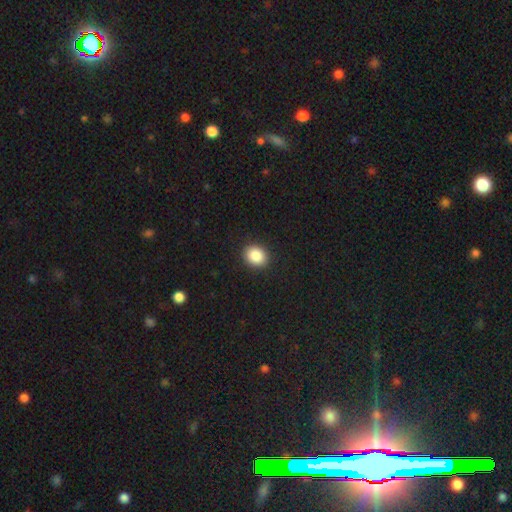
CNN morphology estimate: This appears to be a smooth galaxy with no disk features (87%) that is round (62%). Merging: none (91%).